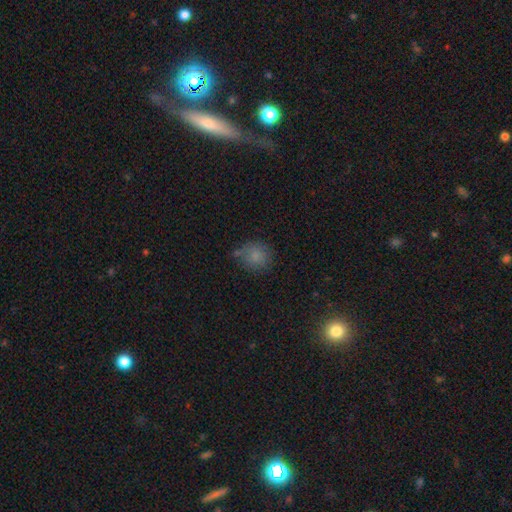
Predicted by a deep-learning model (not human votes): smooth_or_featured: smooth (p=0.81) [alt: star or artifact p=0.11]
how_rounded: round (p=0.86) [alt: in between p=0.13]
merging: none (p=0.64) [alt: minor disturbance p=0.21]